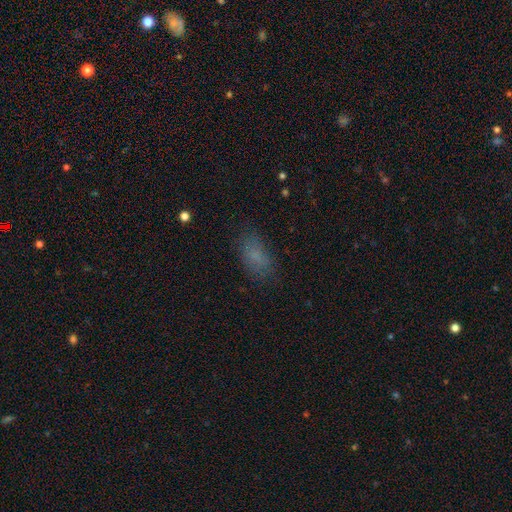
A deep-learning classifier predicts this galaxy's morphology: Smooth or featured? smooth (75%)
How rounded? in between (89%)
Merging? none (73%)